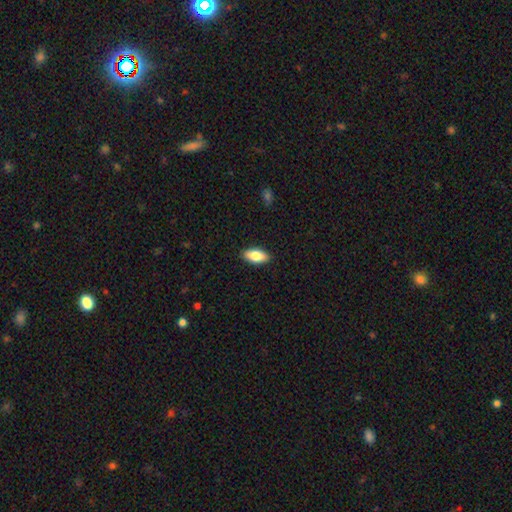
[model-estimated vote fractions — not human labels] smooth-or-featured: smooth: 81% | featured or disk: 13% | star or artifact: 6%
  how-rounded: in between: 89% | cigar-shaped: 8% | round: 3%
  merging: none: 89% | minor disturbance: 8% | major disturbance: 2% | merger: 1%